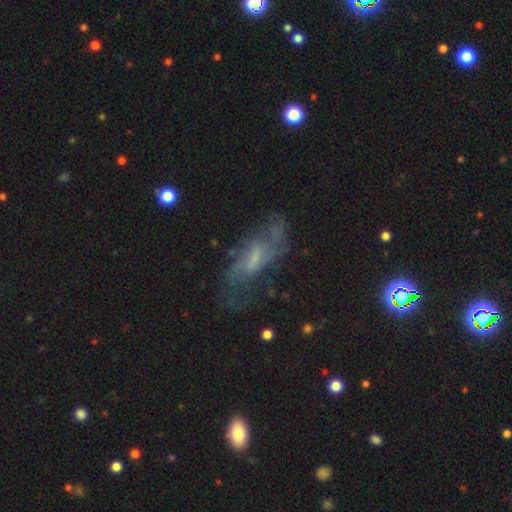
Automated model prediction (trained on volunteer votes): Morphology: type=featured or disk (65%); edge-on=no (85%); bar=weak (48%); spiral arms=yes (74%); bulge=small (36%); merging=none (56%).